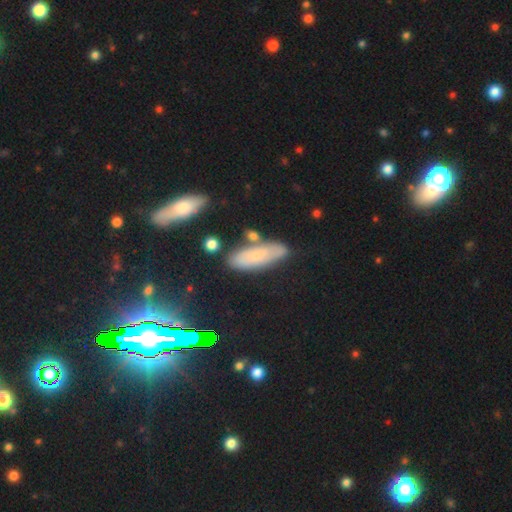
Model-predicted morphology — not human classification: Smooth or featured? smooth (67%)
How rounded? in between (59%)
Merging? none (74%)